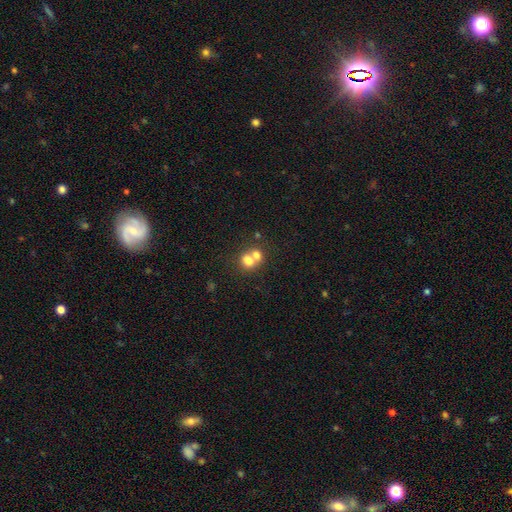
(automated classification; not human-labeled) This appears to be a smooth galaxy with no disk features (71%) that is round (69%). Merging: merger (64%).